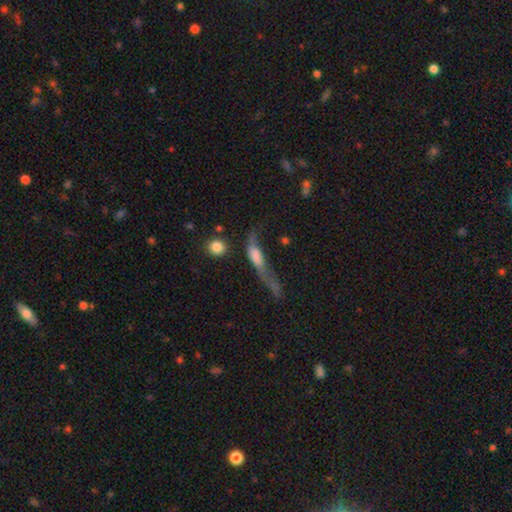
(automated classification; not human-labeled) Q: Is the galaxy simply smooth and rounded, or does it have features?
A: smooth — 50%.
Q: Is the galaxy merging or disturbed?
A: major disturbance — 47%.